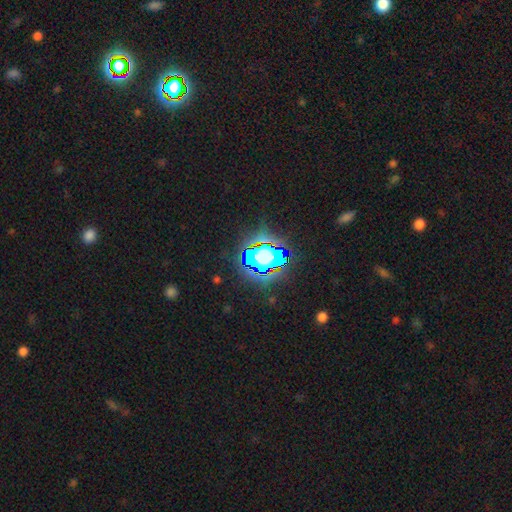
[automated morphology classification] type=star or artifact (76%).